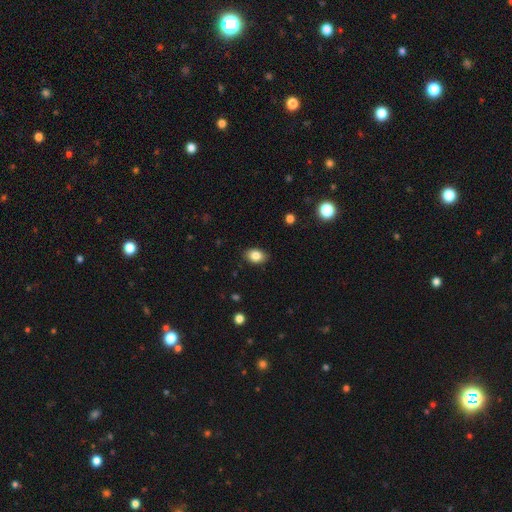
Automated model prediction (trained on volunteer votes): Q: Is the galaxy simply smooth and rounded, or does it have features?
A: smooth — 84%.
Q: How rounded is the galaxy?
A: in between — 80%.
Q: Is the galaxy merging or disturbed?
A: none — 87%.